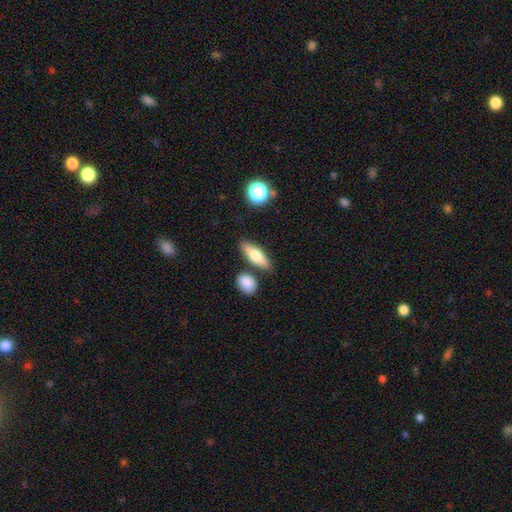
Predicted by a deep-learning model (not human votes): A smooth galaxy with no disk features (69%) that is in between round and cigar-shaped (57%). Merging: none (78%).